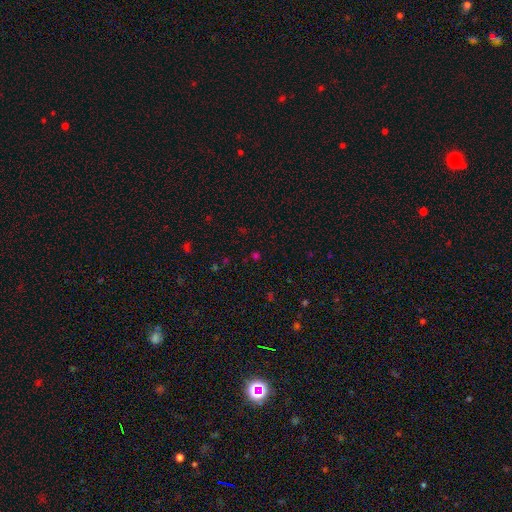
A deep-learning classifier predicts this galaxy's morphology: smooth_or_featured: star or artifact (p=0.49) [alt: smooth p=0.45]